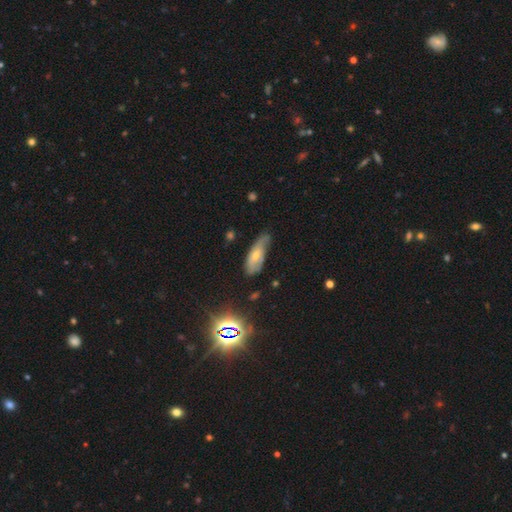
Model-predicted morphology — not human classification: Q: Smooth or featured?
A: smooth (53%); runner-up: featured or disk (38%)
Q: How rounded?
A: in between (71%); runner-up: cigar-shaped (26%)
Q: Merging?
A: none (41%); tied with: minor disturbance (41%)